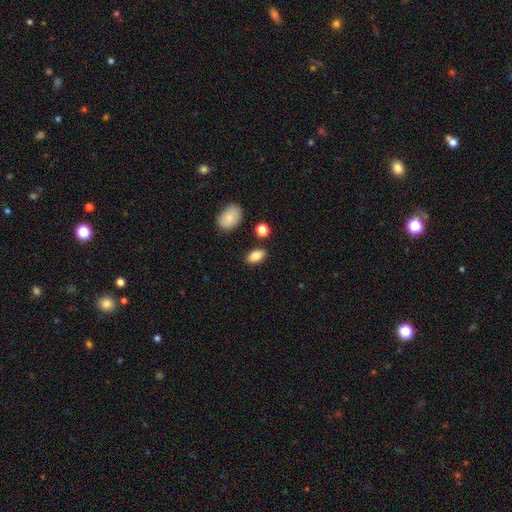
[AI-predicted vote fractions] smooth 84%, star or artifact 8%, featured or disk 8%. Down the decision tree: how rounded — in between (90%); merging — none (85%).